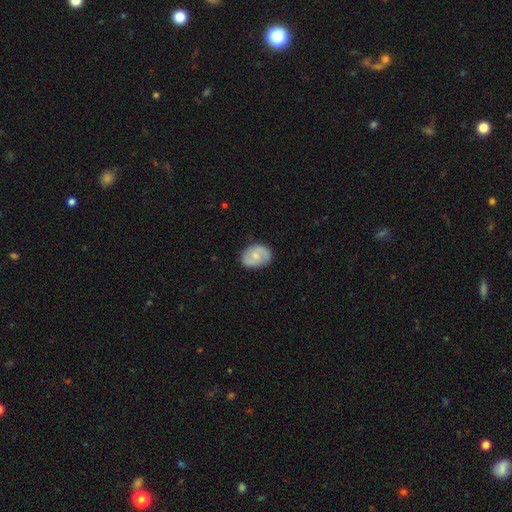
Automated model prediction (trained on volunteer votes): Smooth or featured: featured or disk — 48% (smooth — 46%)
Merging: none — 79% (minor disturbance — 17%)